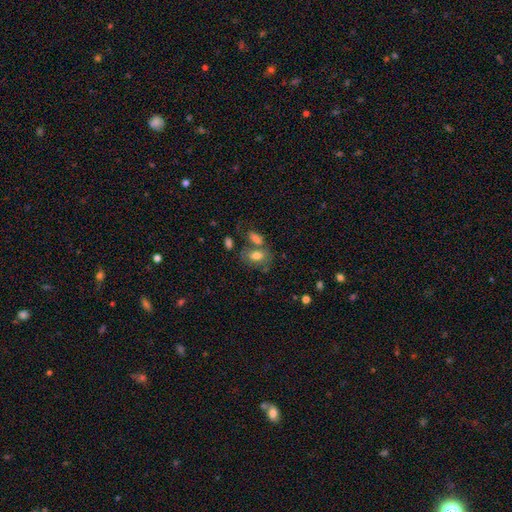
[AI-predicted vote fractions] This is likely a smooth galaxy (73%). How rounded: clearly in between (83%). Merging: possibly none (45%).